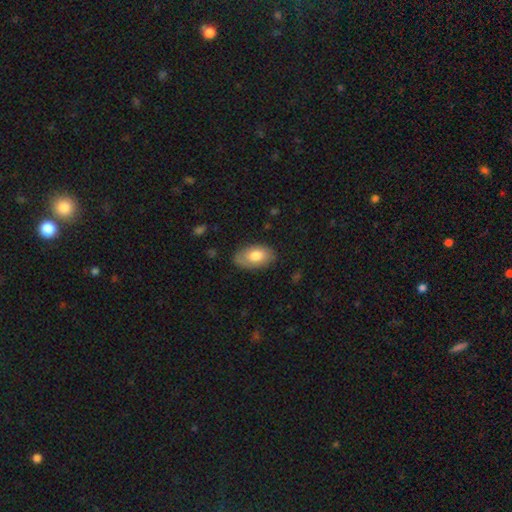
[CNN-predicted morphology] type=smooth (74%); roundness=in between (93%); merging=none (77%).